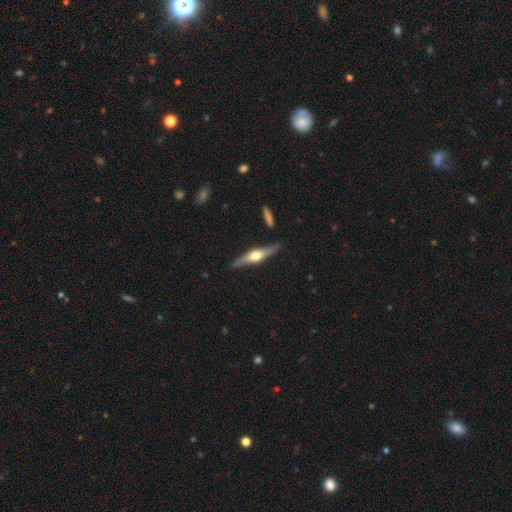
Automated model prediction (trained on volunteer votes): smooth-or-featured: featured or disk: 65% | smooth: 30% | star or artifact: 5%
  disk-edge-on: yes: 95% | no: 5%
    edge-on-bulge: rounded: 92% | boxy: 5% | none: 3%
  merging: none: 85% | minor disturbance: 11% | merger: 2% | major disturbance: 2%